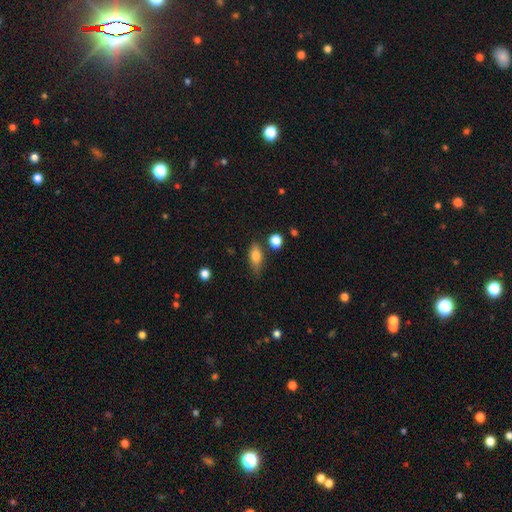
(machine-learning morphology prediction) A smooth galaxy with no disk features (75%) that is in between round and cigar-shaped (77%). Merging: none (70%).